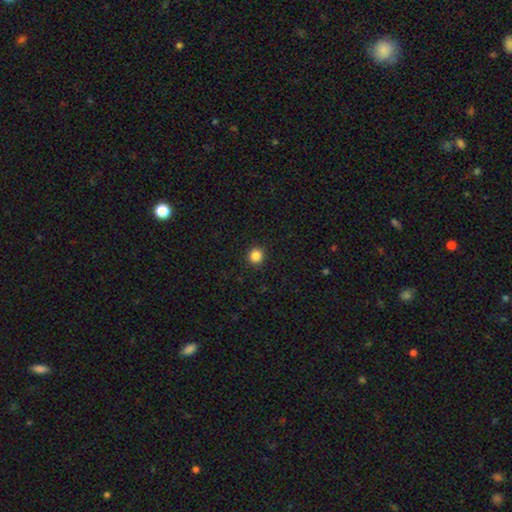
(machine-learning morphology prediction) The model was most divided on "smooth or featured": smooth: 85%, star or artifact: 11%, featured or disk: 3%. More confident: merging — none (93%); how rounded — round (91%).